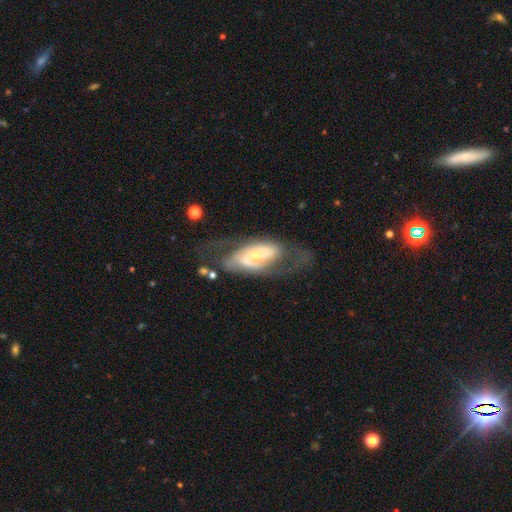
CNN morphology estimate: Smooth or featured? featured or disk (77%)
Edge-on disk? no (91%)
Bar? no (52%)
Spiral arms? yes (83%)
Spiral winding? medium (42%)
Spiral arm count? 2 (63%)
Bulge size? small (61%)
Merging? none (52%)